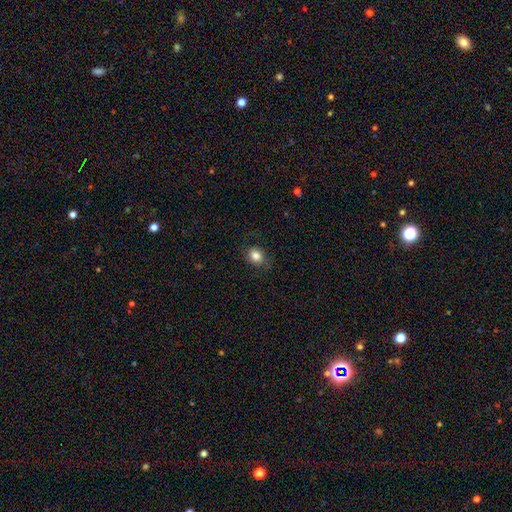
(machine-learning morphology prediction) type=smooth (84%); roundness=round (51%); merging=none (81%).